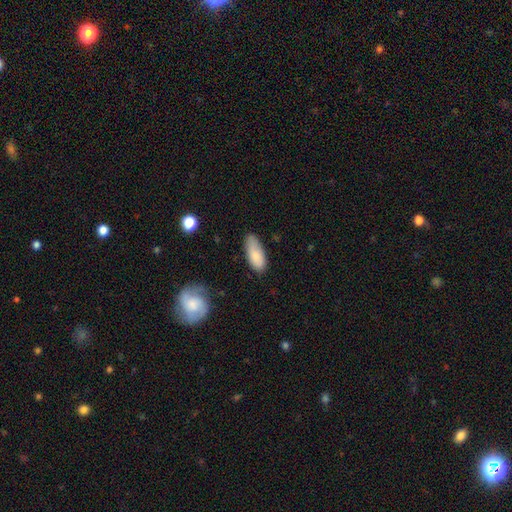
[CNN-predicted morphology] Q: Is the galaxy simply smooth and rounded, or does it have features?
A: smooth — 83%.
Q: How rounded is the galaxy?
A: in between — 82%.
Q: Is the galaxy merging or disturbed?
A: none — 68%.